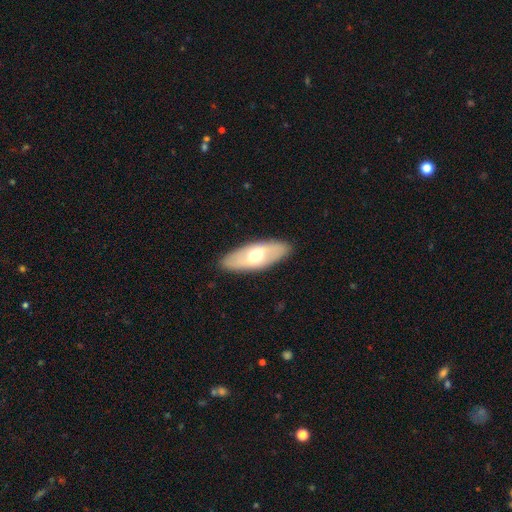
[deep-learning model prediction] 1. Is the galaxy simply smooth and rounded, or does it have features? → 50% featured or disk, 45% smooth, 5% star or artifact.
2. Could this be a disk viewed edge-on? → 75% no, 25% yes.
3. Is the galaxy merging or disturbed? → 89% none, 8% minor disturbance, 2% major disturbance, 1% merger.